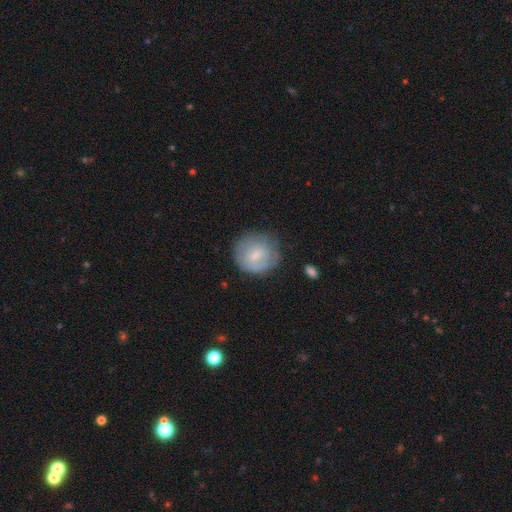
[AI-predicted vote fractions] This appears to be a smooth galaxy with no disk features (58%) that is round (84%). Merging: none (66%).